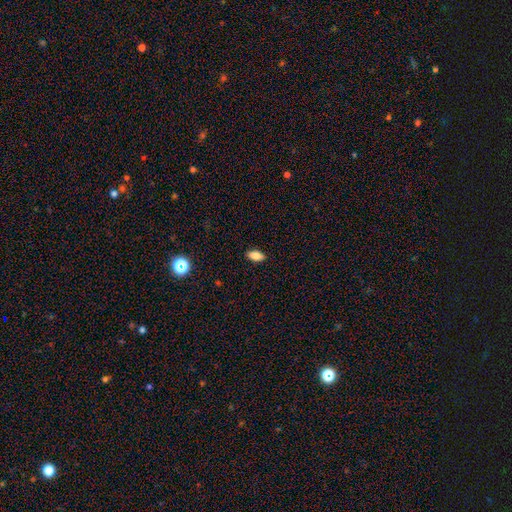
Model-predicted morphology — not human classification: A smooth galaxy with no disk features (84%) that is in between round and cigar-shaped (88%).

Vote fractions:
- Smooth or featured? smooth: 84% / star or artifact: 9% / featured or disk: 7%
- How rounded? in between: 88% / cigar-shaped: 8% / round: 4%
- Merging? none: 89% / minor disturbance: 8% / major disturbance: 2% / merger: 1%